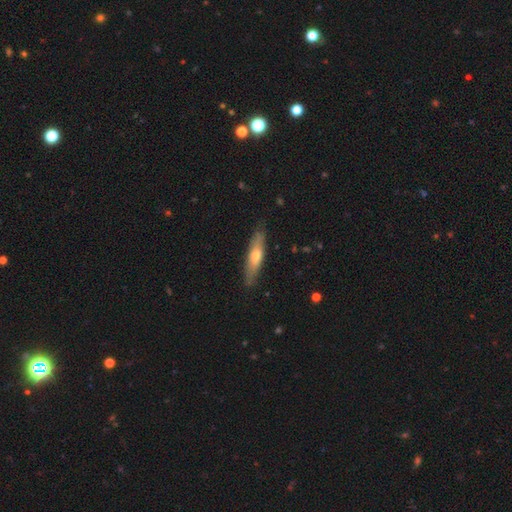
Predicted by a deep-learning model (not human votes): smooth 53%, featured or disk 41%, star or artifact 6%. Down the decision tree: how rounded — cigar-shaped (77%); merging — none (84%).